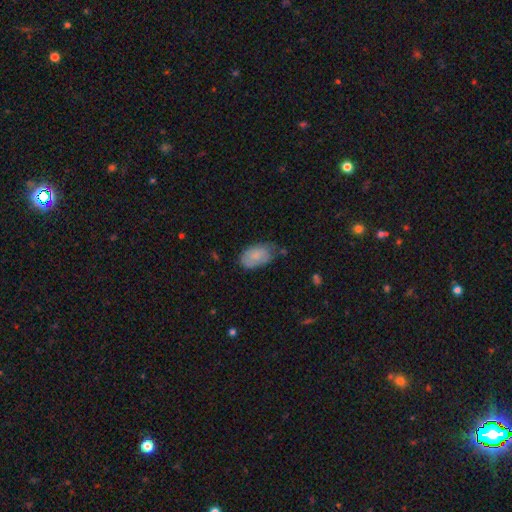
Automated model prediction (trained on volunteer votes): Smooth or featured: smooth — 77% (featured or disk — 17%)
How rounded: in between — 93% (round — 6%)
Merging: none — 54% (minor disturbance — 35%)